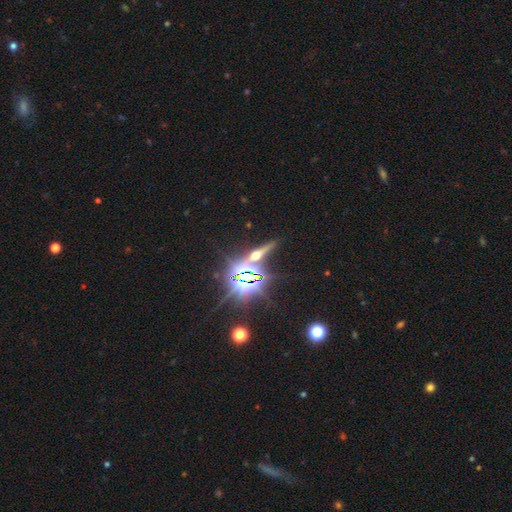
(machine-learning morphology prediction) smooth-or-featured: star or artifact: 46% | featured or disk: 33% | smooth: 21%